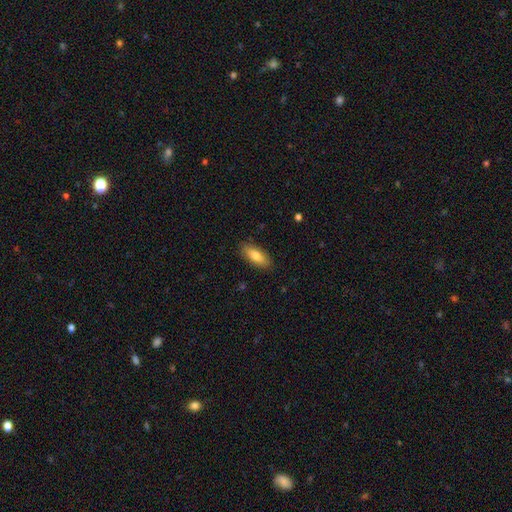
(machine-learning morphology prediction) Smooth or featured: smooth — 80% (featured or disk — 14%)
How rounded: in between — 80% (cigar-shaped — 18%)
Merging: none — 86% (minor disturbance — 11%)